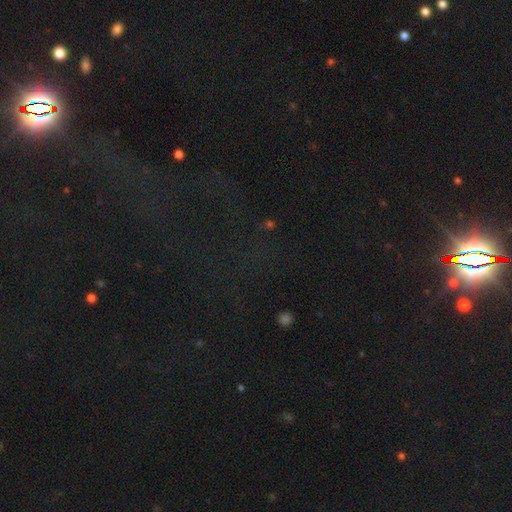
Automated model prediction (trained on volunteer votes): Overall: star or artifact (81%).